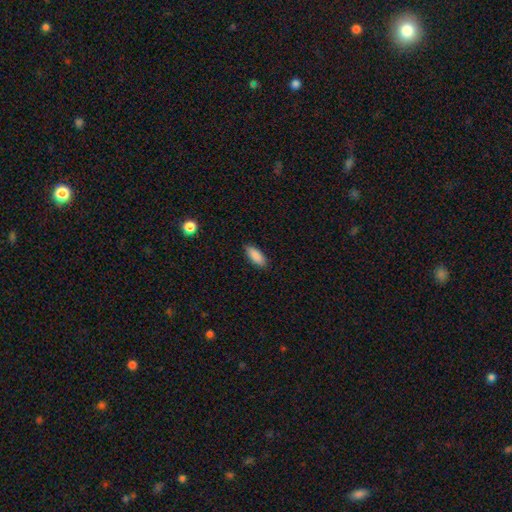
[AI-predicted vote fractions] Overall: smooth (89%). How rounded: in between (77%). Merging: none (86%).